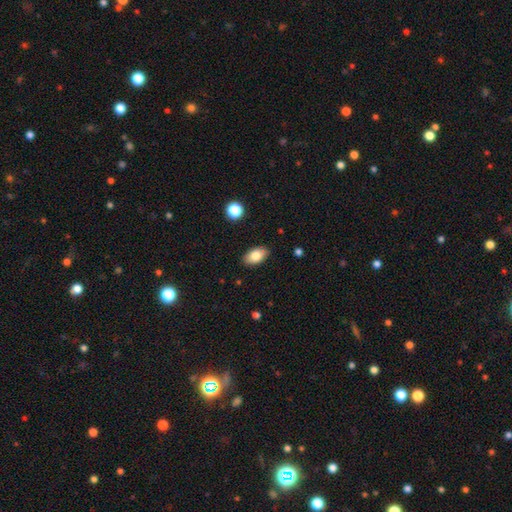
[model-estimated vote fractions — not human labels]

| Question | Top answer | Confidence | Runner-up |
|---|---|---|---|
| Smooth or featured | smooth | 81% | featured or disk (12%) |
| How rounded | in between | 92% | round (6%) |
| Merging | none | 87% | minor disturbance (10%) |